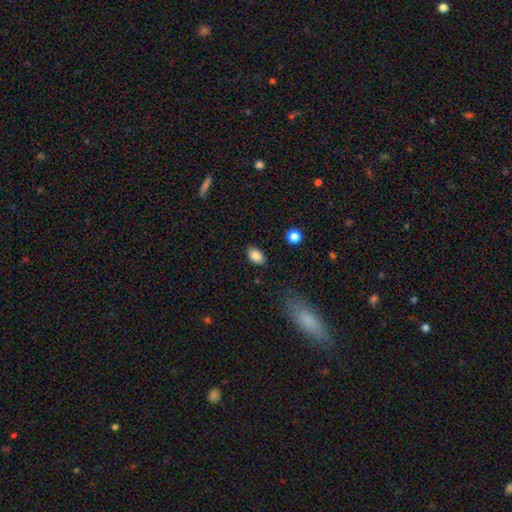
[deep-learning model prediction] Smooth or featured: smooth — 86% (star or artifact — 8%)
How rounded: in between — 88% (round — 10%)
Merging: none — 85% (minor disturbance — 11%)